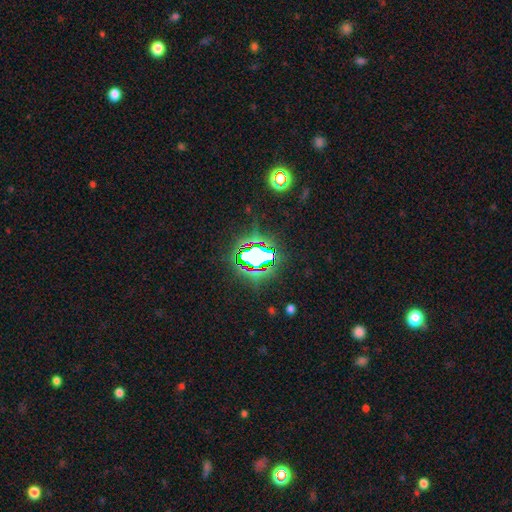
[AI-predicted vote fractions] Smooth or featured?
  - star or artifact: 68% *
  - smooth: 19%
  - featured or disk: 13%